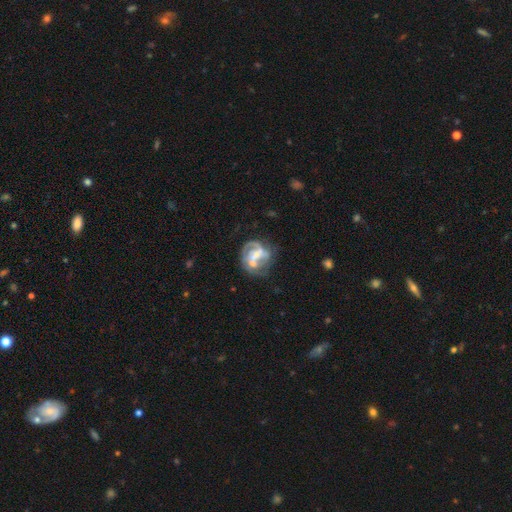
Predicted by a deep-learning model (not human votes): Q: Smooth or featured?
A: featured or disk (74%); runner-up: smooth (19%)
Q: Edge-on disk?
A: no (98%); runner-up: yes (2%)
Q: Bar?
A: weak (40%); runner-up: no (38%)
Q: Spiral arms?
A: yes (73%); runner-up: no (27%)
Q: Spiral winding?
A: medium (42%); runner-up: tight (32%)
Q: Spiral arm count?
A: 2 (49%); runner-up: can't tell (23%)
Q: Bulge size?
A: small (42%); runner-up: moderate (36%)
Q: Merging?
A: none (39%); runner-up: major disturbance (22%)